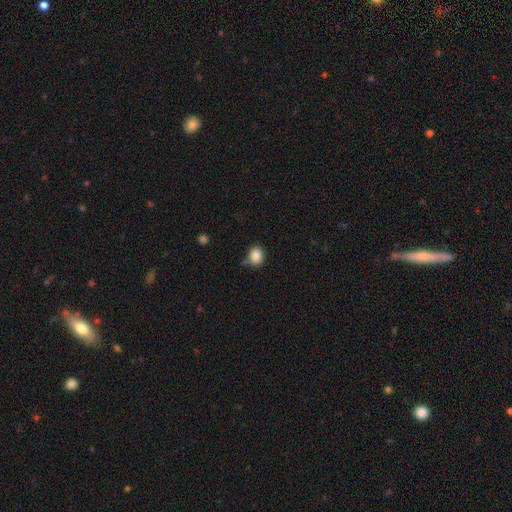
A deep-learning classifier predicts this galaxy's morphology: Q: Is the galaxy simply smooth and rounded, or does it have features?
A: smooth — 86%.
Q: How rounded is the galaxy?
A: round — 63%.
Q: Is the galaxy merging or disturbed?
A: none — 75%.